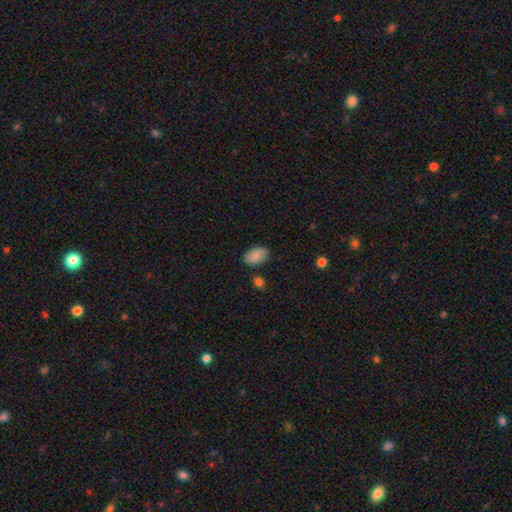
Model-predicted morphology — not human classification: A smooth galaxy with no disk features (87%) that is in between round and cigar-shaped (91%). Merging: none (80%).